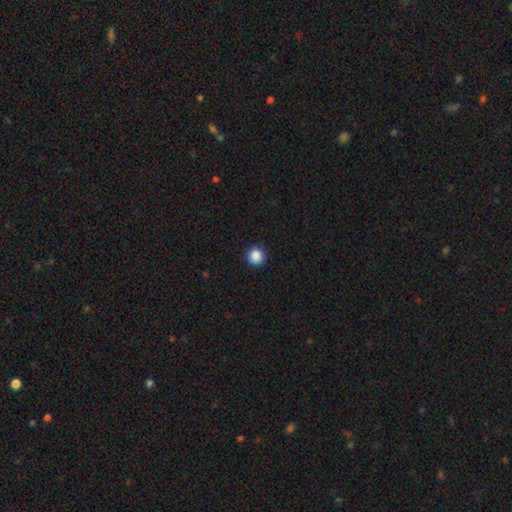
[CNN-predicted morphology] This is clearly a smooth galaxy (87%). How rounded: clearly round (96%). Merging: clearly none (93%).